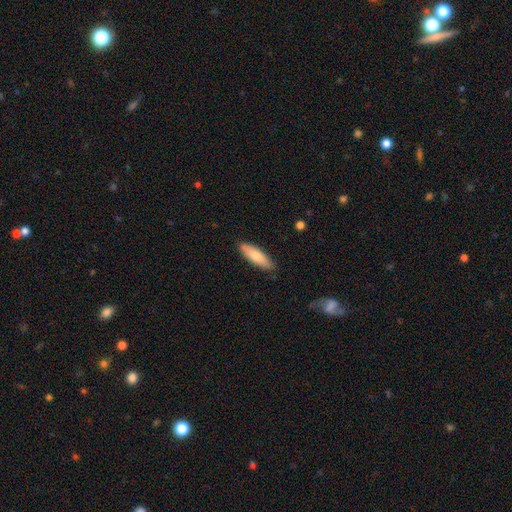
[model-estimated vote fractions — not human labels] The model was most divided on "how rounded": cigar-shaped: 52%, in between: 46%, round: 2%. More confident: merging — none (86%); smooth or featured — smooth (77%).